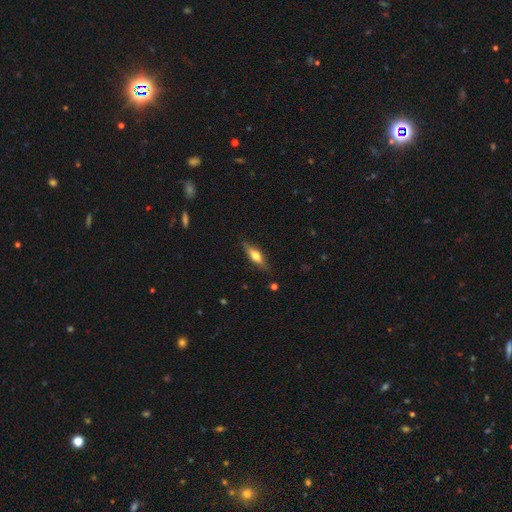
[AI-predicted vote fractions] featured or disk 47% (tied), smooth 47% (tied), star or artifact 6%. Down the decision tree: merging — none (83%).